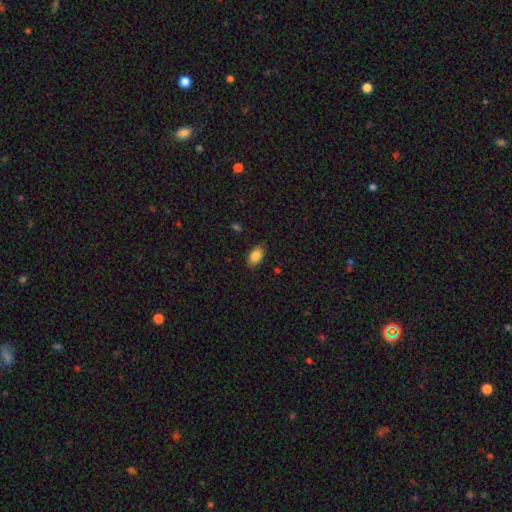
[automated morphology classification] Smooth or featured: smooth — 85% (star or artifact — 8%)
How rounded: in between — 92% (round — 5%)
Merging: none — 87% (minor disturbance — 9%)